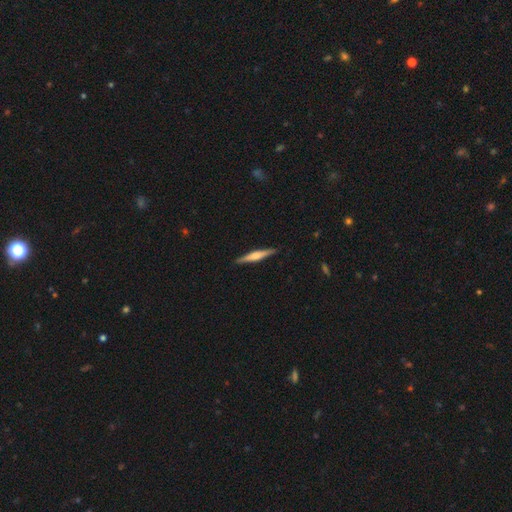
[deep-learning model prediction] This appears to be a featured or disk galaxy (62%) viewed edge-on (98%) with a rounded central bulge (70%). Merging: none (91%).